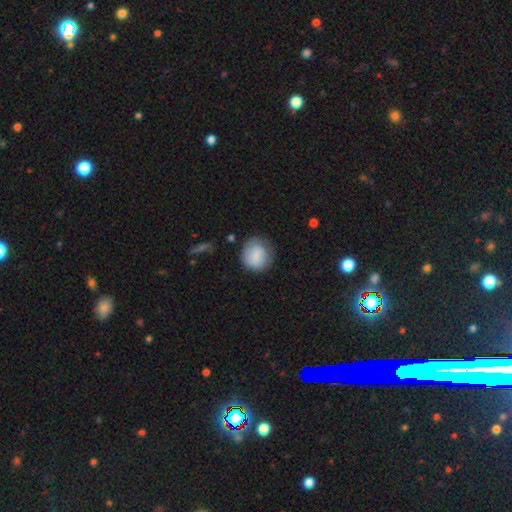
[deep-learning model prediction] Q: Smooth or featured?
A: smooth (80%); runner-up: featured or disk (13%)
Q: How rounded?
A: round (81%); runner-up: in between (18%)
Q: Merging?
A: none (67%); runner-up: minor disturbance (23%)